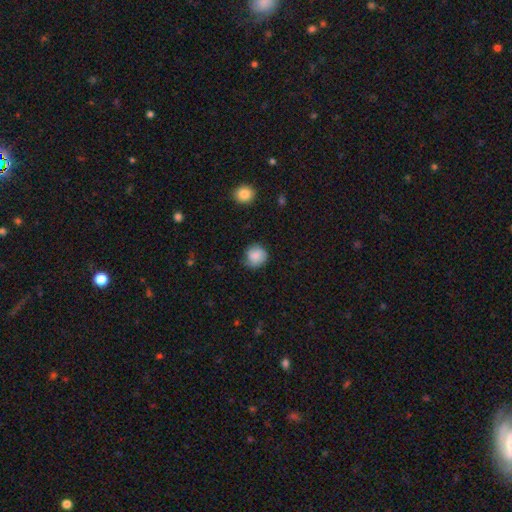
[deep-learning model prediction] A smooth galaxy with no disk features (84%) that is round (89%).

Vote fractions:
- Smooth or featured? smooth: 84% / featured or disk: 9% / star or artifact: 8%
- How rounded? round: 89% / in between: 10% / cigar-shaped: 1%
- Merging? none: 75% / minor disturbance: 20% / major disturbance: 4% / merger: 1%